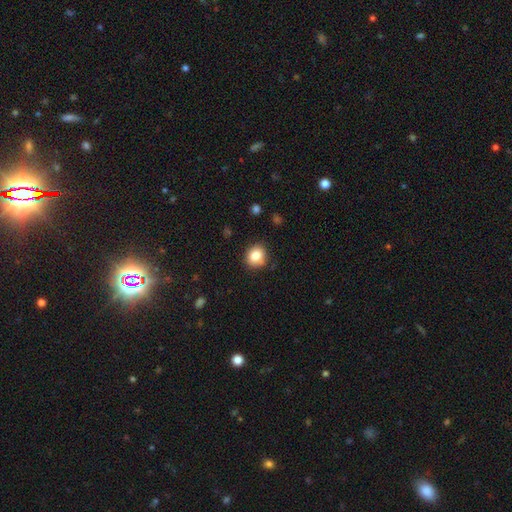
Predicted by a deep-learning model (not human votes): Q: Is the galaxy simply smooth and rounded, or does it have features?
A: smooth — 82%.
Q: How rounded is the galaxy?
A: round — 73%.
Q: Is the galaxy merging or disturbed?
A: none — 83%.